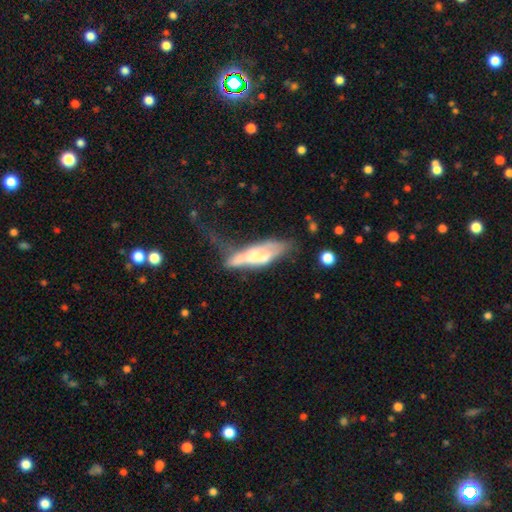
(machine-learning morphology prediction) Smooth or featured? featured or disk (49%)
Merging? major disturbance (41%)